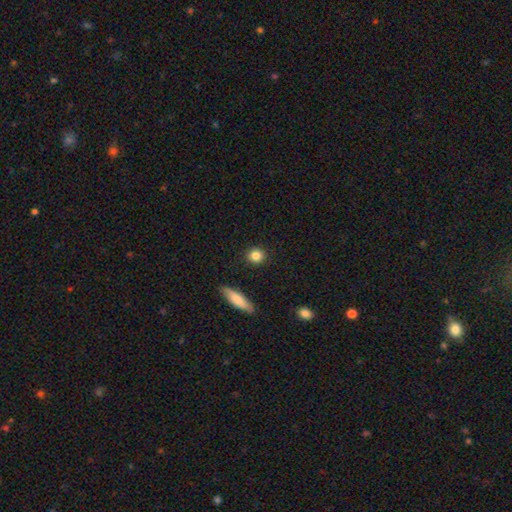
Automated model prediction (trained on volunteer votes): smooth-or-featured: smooth: 85% | star or artifact: 9% | featured or disk: 6%
  how-rounded: round: 85% | in between: 12% | cigar-shaped: 3%
  merging: none: 91% | minor disturbance: 6% | major disturbance: 2% | merger: 2%